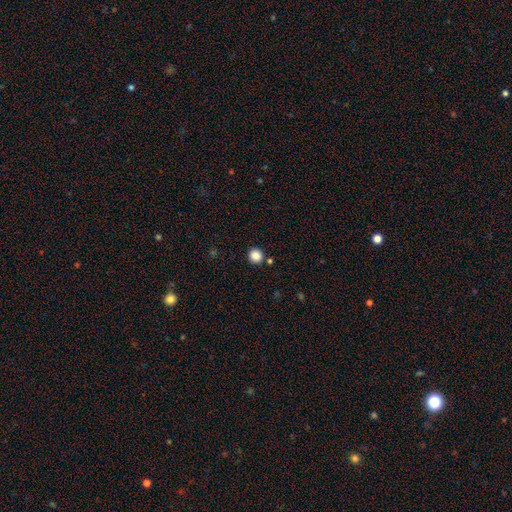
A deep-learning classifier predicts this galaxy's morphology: A smooth galaxy with no disk features (86%) that is round (94%). Merging: none (88%).